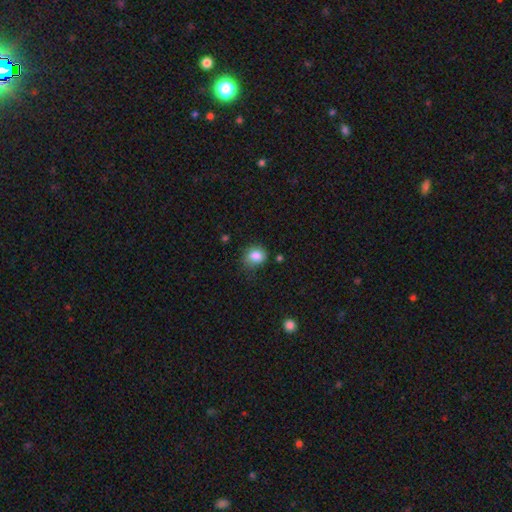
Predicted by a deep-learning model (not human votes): Smooth or featured: smooth — 85% (star or artifact — 10%)
How rounded: round — 64% (in between — 35%)
Merging: none — 69% (minor disturbance — 23%)